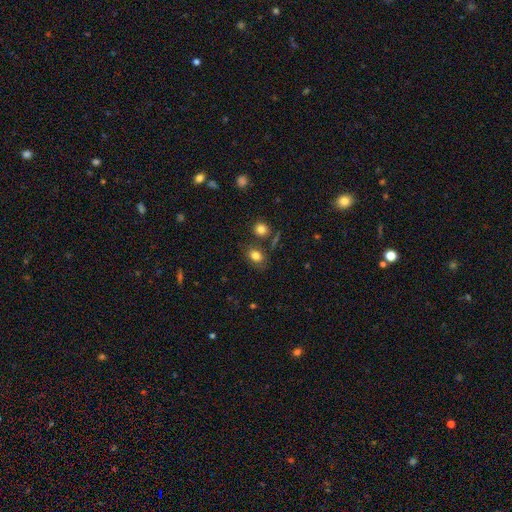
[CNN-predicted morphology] Smooth or featured? smooth (80%)
How rounded? in between (69%)
Merging? none (72%)